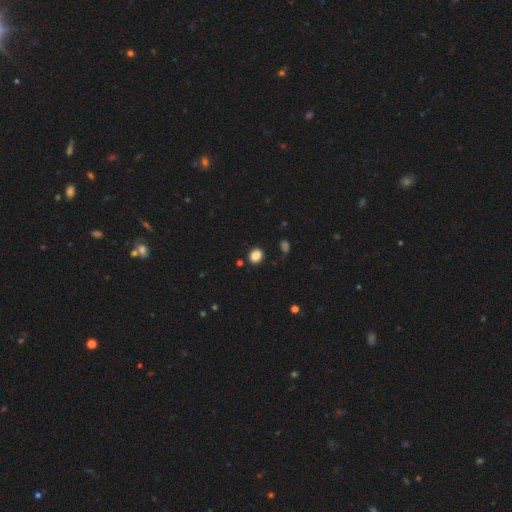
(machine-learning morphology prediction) Q: Smooth or featured?
A: smooth (86%); runner-up: star or artifact (11%)
Q: How rounded?
A: round (60%); runner-up: in between (39%)
Q: Merging?
A: none (85%); runner-up: minor disturbance (10%)